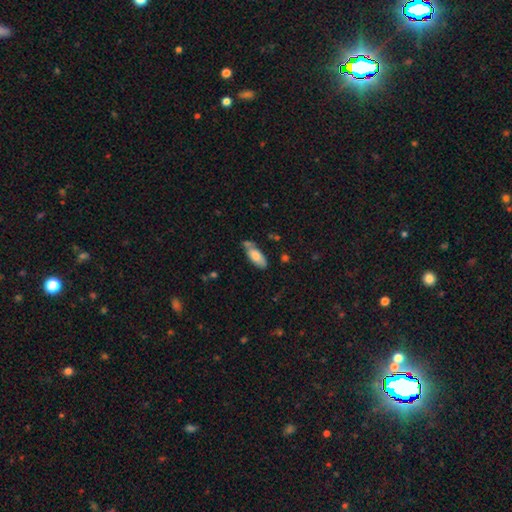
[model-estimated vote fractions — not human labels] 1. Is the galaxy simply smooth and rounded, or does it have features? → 79% smooth, 14% featured or disk, 7% star or artifact.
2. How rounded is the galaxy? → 81% in between, 18% cigar-shaped, 2% round.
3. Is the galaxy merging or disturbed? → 55% none, 24% minor disturbance, 15% merger, 6% major disturbance.